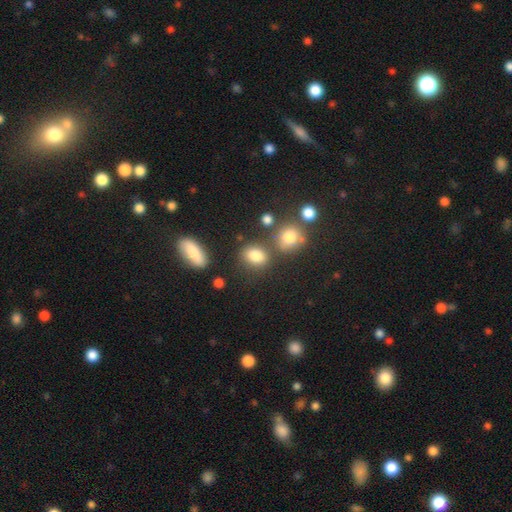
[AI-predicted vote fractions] Q: Smooth or featured?
A: smooth (81%); runner-up: star or artifact (12%)
Q: How rounded?
A: in between (66%); runner-up: round (32%)
Q: Merging?
A: none (66%); runner-up: merger (14%)